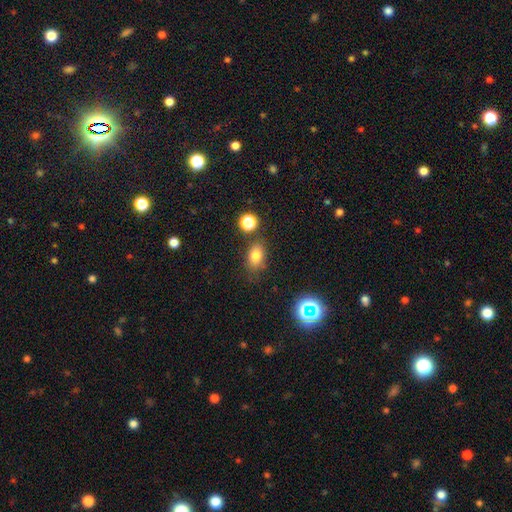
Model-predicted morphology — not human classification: The model was most divided on "how rounded": in between: 77%, round: 21%, cigar-shaped: 2%. More confident: smooth or featured — smooth (78%); merging — none (74%).